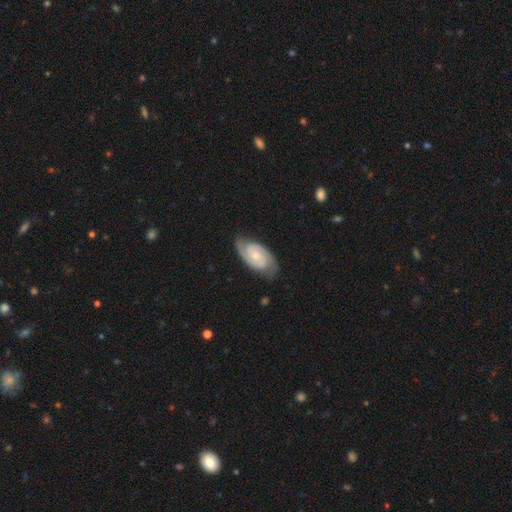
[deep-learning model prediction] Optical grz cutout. It shows a featured or disk galaxy (81%) with no bar (67%), 2 (85%) tight (54%) spiral arms (96%) and a small central bulge (51%). Merging: none (76%).